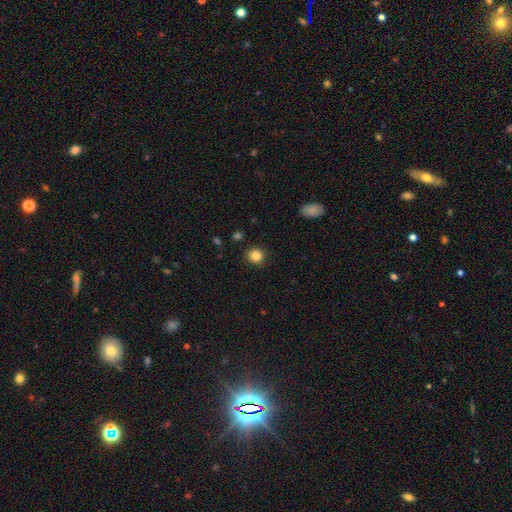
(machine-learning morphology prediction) This is clearly a smooth galaxy (85%). How rounded: clearly round (91%). Merging: clearly none (90%).